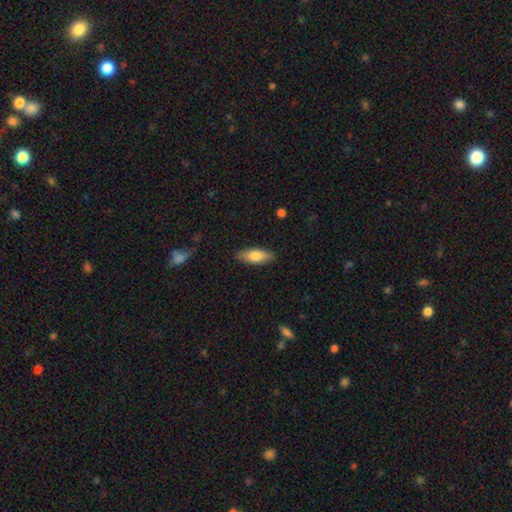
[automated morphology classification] A smooth galaxy with no disk features (77%) that is in between round and cigar-shaped (71%).

Vote fractions:
- Smooth or featured? smooth: 77% / featured or disk: 17% / star or artifact: 6%
- How rounded? in between: 71% / cigar-shaped: 27% / round: 2%
- Merging? none: 87% / minor disturbance: 10% / major disturbance: 2% / merger: 1%